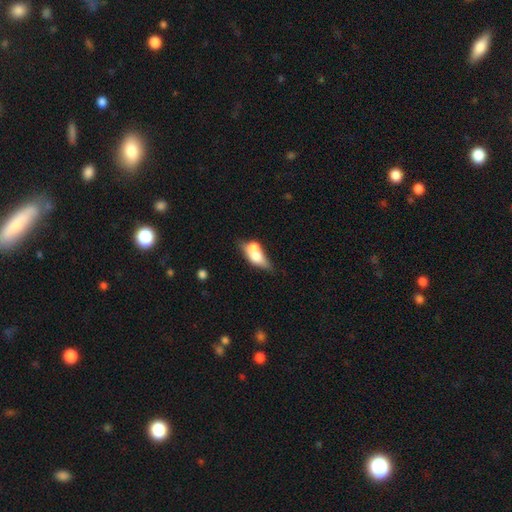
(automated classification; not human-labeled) smooth-or-featured: smooth: 60% | featured or disk: 32% | star or artifact: 8%
  how-rounded: in between: 72% | cigar-shaped: 19% | round: 9%
  merging: merger: 53% | none: 25% | minor disturbance: 13% | major disturbance: 8%